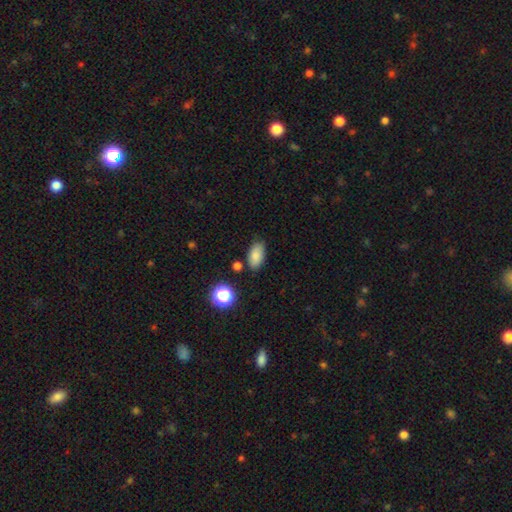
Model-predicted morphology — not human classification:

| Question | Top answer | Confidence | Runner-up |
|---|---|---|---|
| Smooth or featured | smooth | 83% | star or artifact (10%) |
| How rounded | in between | 90% | round (6%) |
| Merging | none | 80% | minor disturbance (13%) |